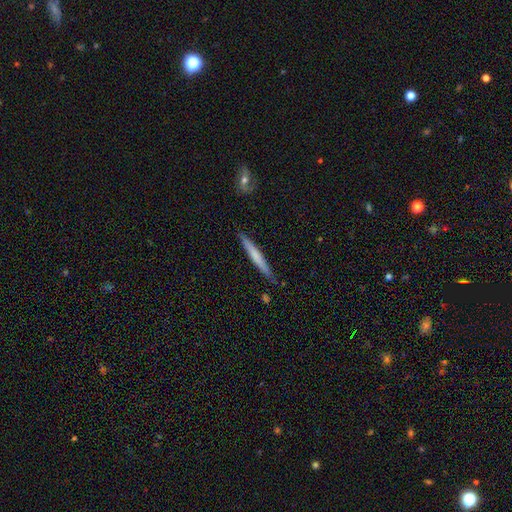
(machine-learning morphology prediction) Smooth or featured? smooth (56%)
How rounded? cigar-shaped (96%)
Merging? none (86%)